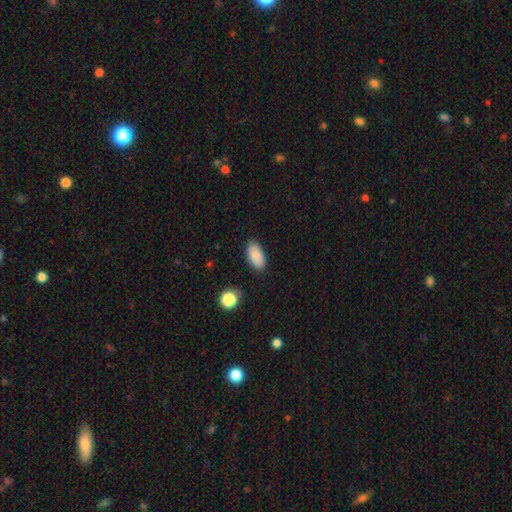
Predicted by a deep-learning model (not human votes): smooth 86%, star or artifact 7%, featured or disk 7%. Down the decision tree: how rounded — in between (94%); merging — none (84%).